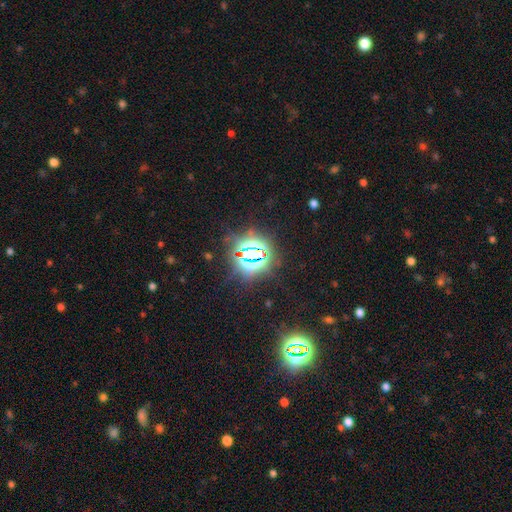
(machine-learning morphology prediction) smooth-or-featured: star or artifact: 83% | smooth: 10% | featured or disk: 6%